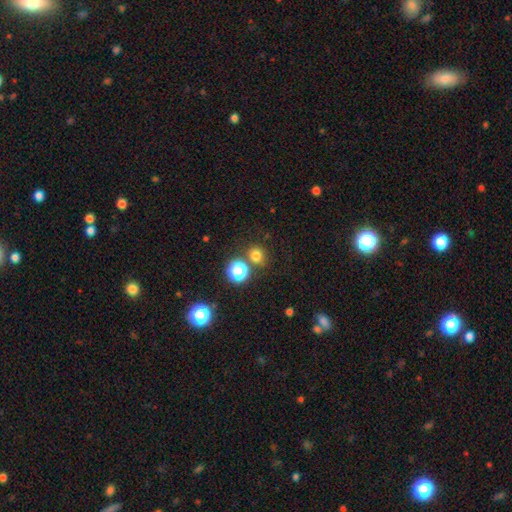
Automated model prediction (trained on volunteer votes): Smooth or featured? Predicted: smooth (p=0.73). How rounded? Predicted: round (p=0.88). Merging? Predicted: none (p=0.78).